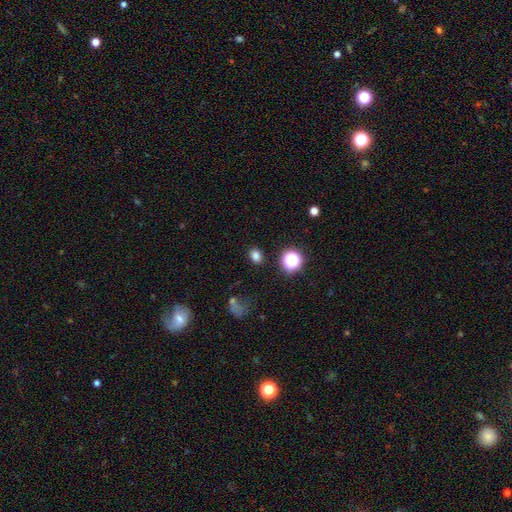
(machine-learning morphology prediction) smooth-or-featured: smooth: 79% | star or artifact: 16% | featured or disk: 5%
  how-rounded: in between: 51% | round: 48% | cigar-shaped: 1%
  merging: none: 87% | minor disturbance: 8% | major disturbance: 3% | merger: 2%